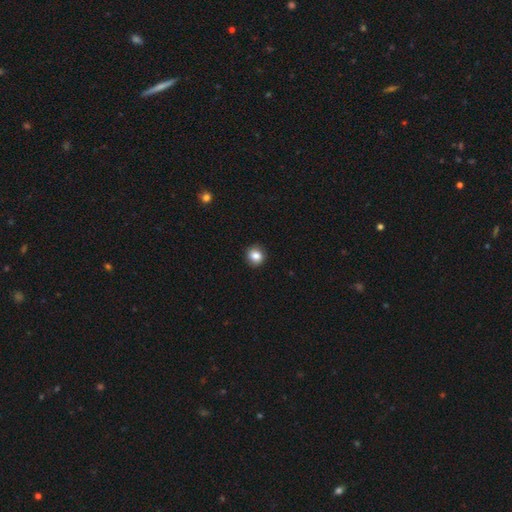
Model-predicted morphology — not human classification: Smooth or featured: smooth — 85% (star or artifact — 10%)
How rounded: round — 87% (in between — 12%)
Merging: none — 91% (minor disturbance — 6%)